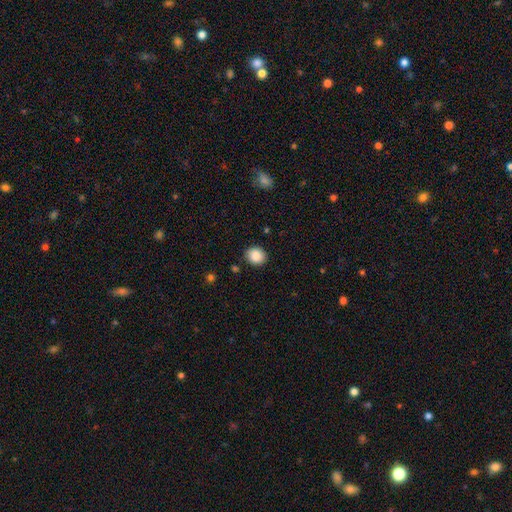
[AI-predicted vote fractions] Smooth or featured? Predicted: smooth (p=0.88). How rounded? Predicted: round (p=0.73). Merging? Predicted: none (p=0.88).